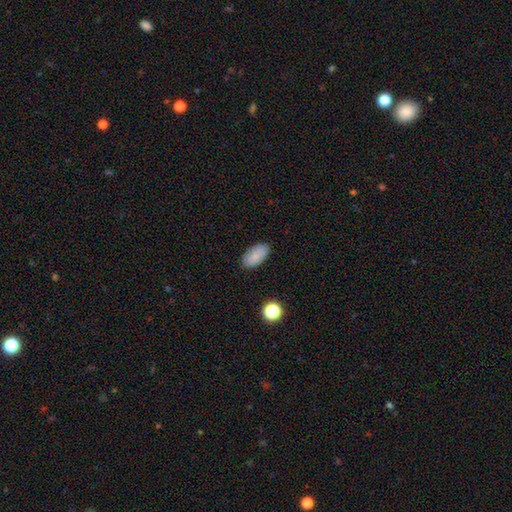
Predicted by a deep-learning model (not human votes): This appears to be a smooth galaxy with no disk features (85%) that is in between round and cigar-shaped (93%). Merging: none (86%).